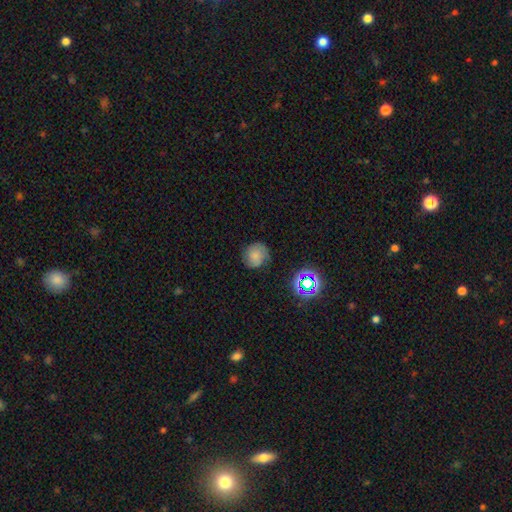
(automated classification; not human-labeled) A smooth galaxy with no disk features (63%) that is round (84%). Merging: none (74%).